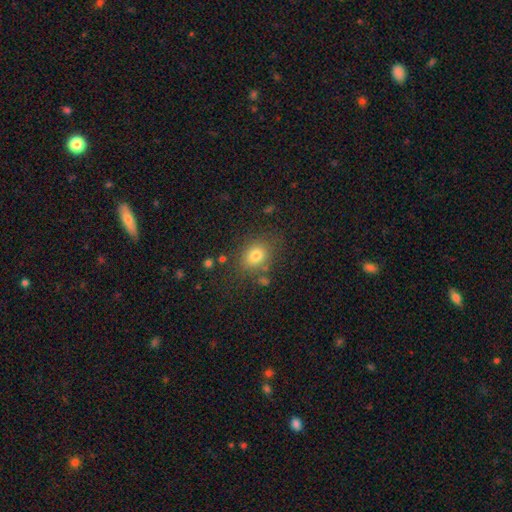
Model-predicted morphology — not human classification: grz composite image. It shows a smooth galaxy with no disk features (78%) that is in between round and cigar-shaped (51%). Merging: none (76%).